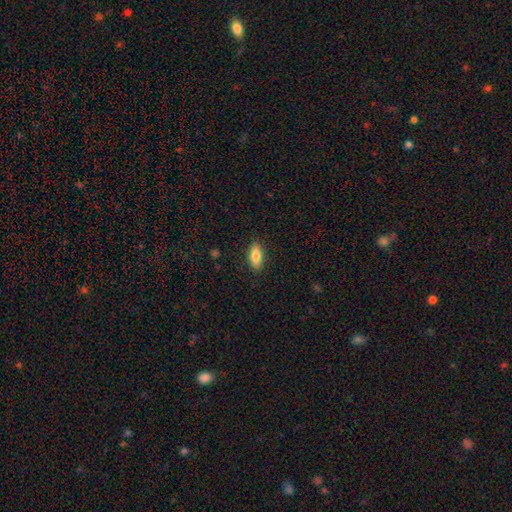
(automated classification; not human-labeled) Smooth or featured? Predicted: smooth (p=0.81). How rounded? Predicted: in between (p=0.79). Merging? Predicted: none (p=0.88).